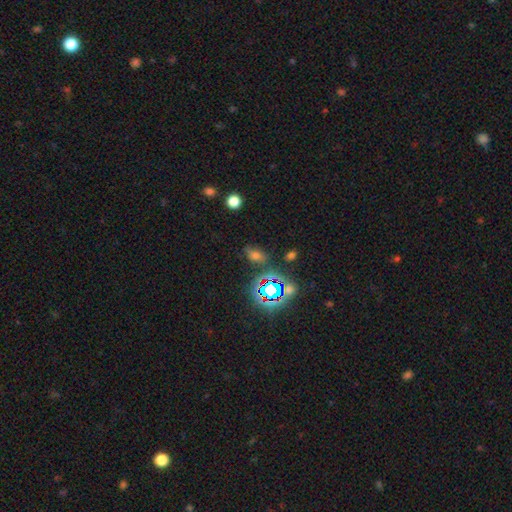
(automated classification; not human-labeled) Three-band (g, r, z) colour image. It shows a smooth galaxy with no disk features (51%) that is in between round and cigar-shaped (79%). Merging: none (68%).